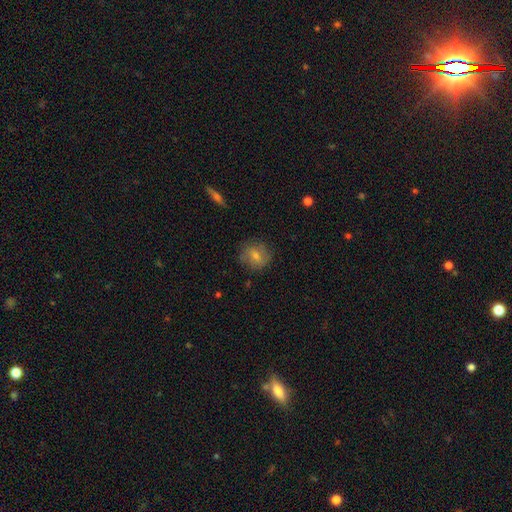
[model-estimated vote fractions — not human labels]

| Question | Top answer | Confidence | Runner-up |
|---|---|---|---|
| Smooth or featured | smooth | 44% | featured or disk (43%) |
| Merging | none | 81% | minor disturbance (13%) |